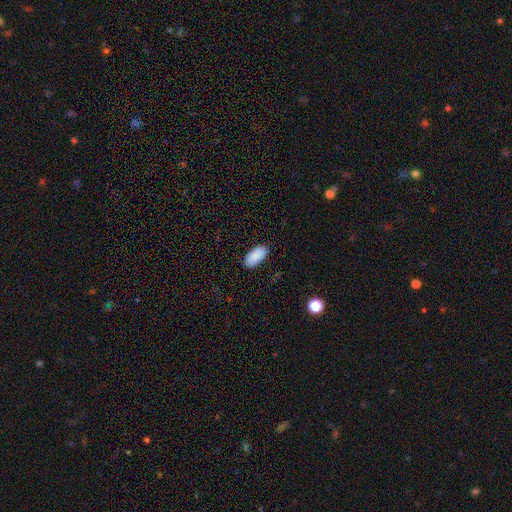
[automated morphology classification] smooth 90%, star or artifact 7%, featured or disk 4%. Down the decision tree: how rounded — in between (95%); merging — none (87%).